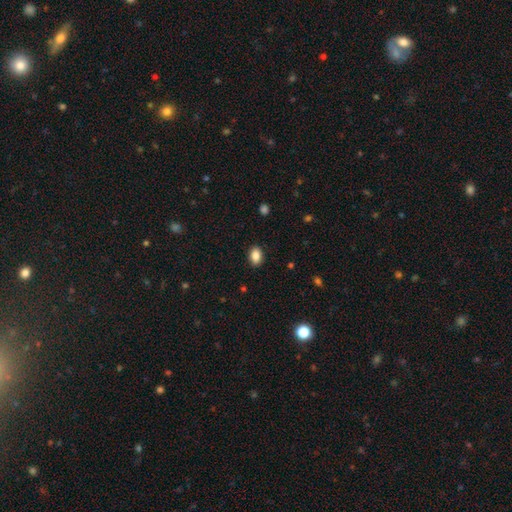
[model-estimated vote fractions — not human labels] Smooth or featured?
  - smooth: 87% *
  - star or artifact: 8%
  - featured or disk: 5%
How rounded?
  - in between: 82% *
  - round: 17%
  - cigar-shaped: 1%
Merging?
  - none: 89% *
  - minor disturbance: 8%
  - major disturbance: 2%
  - merger: 1%